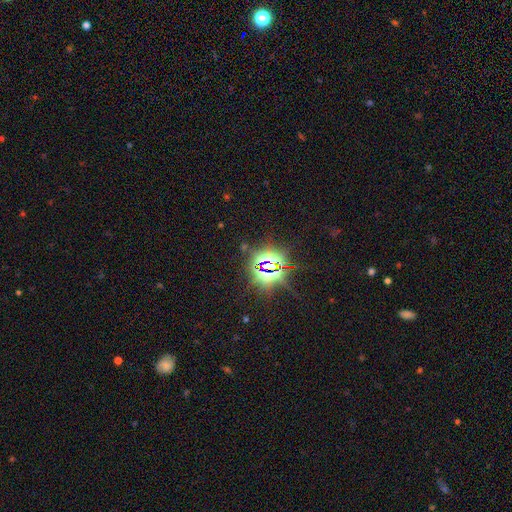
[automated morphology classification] star or artifact 83%, smooth 9%, featured or disk 8%.